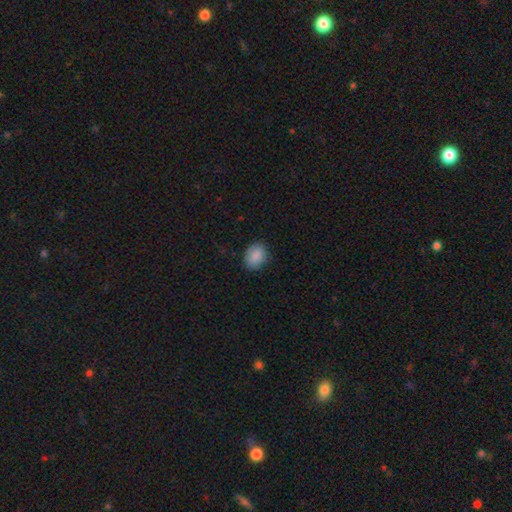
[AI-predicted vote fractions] This appears to be a smooth galaxy with no disk features (88%) that is in between round and cigar-shaped (62%). Merging: none (83%).